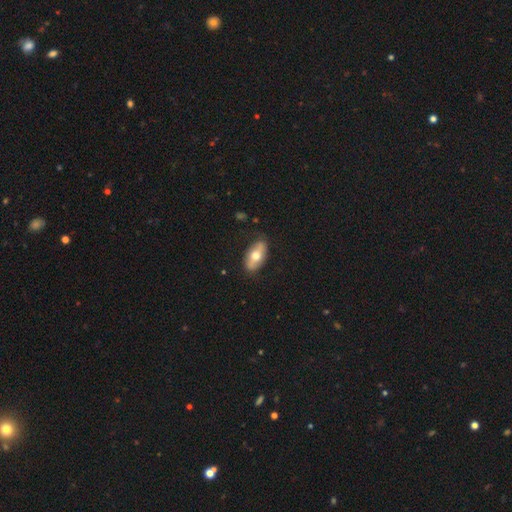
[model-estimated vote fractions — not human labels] smooth 56%, featured or disk 38%, star or artifact 6%. Down the decision tree: how rounded — in between (89%); merging — none (80%).